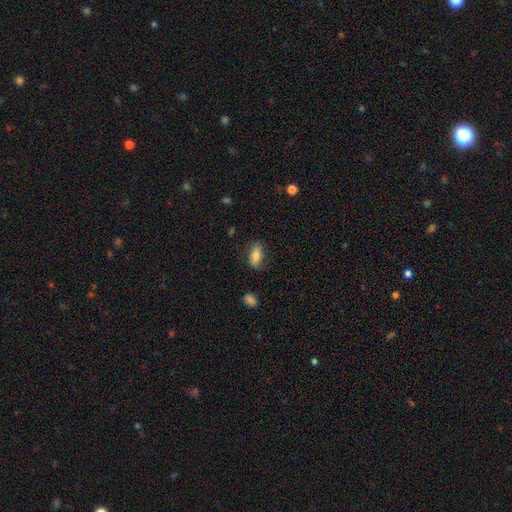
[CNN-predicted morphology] A smooth galaxy with no disk features (77%) that is in between round and cigar-shaped (86%).

Vote fractions:
- Smooth or featured? smooth: 77% / featured or disk: 15% / star or artifact: 7%
- How rounded? in between: 86% / cigar-shaped: 10% / round: 4%
- Merging? none: 80% / minor disturbance: 15% / major disturbance: 3% / merger: 1%